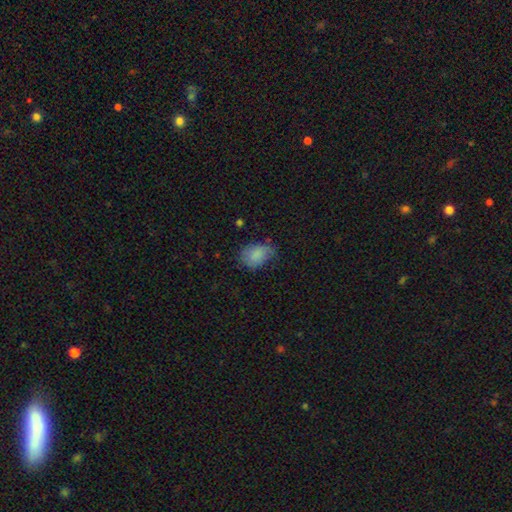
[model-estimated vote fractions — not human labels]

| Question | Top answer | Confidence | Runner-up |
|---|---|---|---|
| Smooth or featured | smooth | 82% | featured or disk (9%) |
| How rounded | in between | 75% | round (24%) |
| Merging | none | 57% | minor disturbance (31%) |